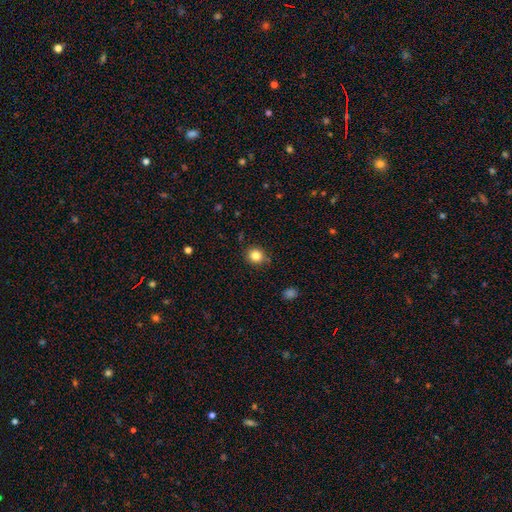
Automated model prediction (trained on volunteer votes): Morphology: type=smooth (84%); roundness=round (85%); merging=none (85%).